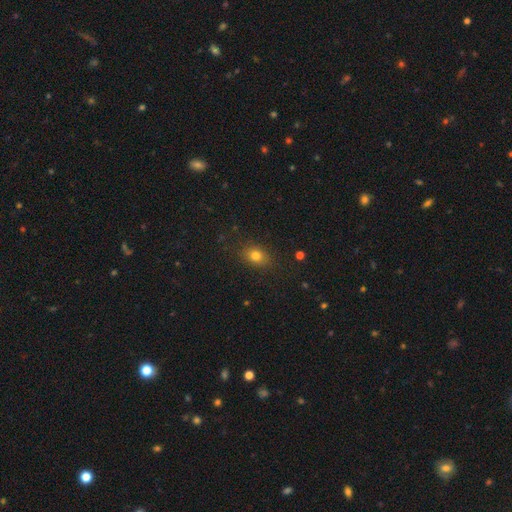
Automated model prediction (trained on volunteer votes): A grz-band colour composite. It shows a smooth galaxy with no disk features (79%) that is in between round and cigar-shaped (56%). Merging: none (84%).